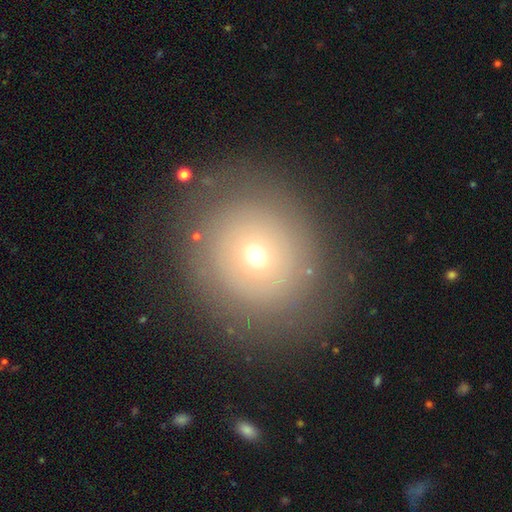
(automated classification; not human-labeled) This appears to be a smooth galaxy with no disk features (59%) that is round (82%). Merging: none (82%).